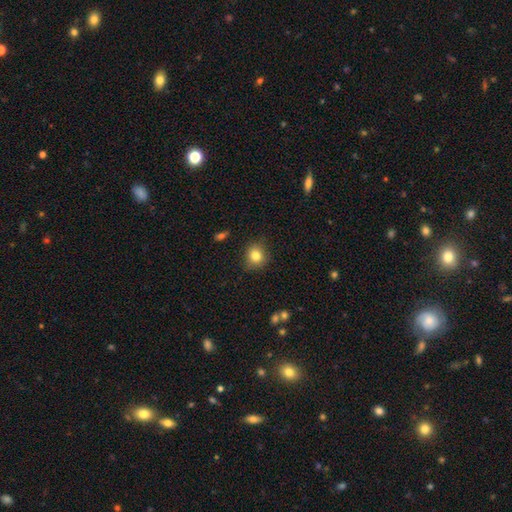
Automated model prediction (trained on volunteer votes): smooth-or-featured: smooth: 81% | star or artifact: 11% | featured or disk: 8%
  how-rounded: round: 83% | in between: 16% | cigar-shaped: 1%
  merging: none: 83% | minor disturbance: 13% | major disturbance: 3% | merger: 2%